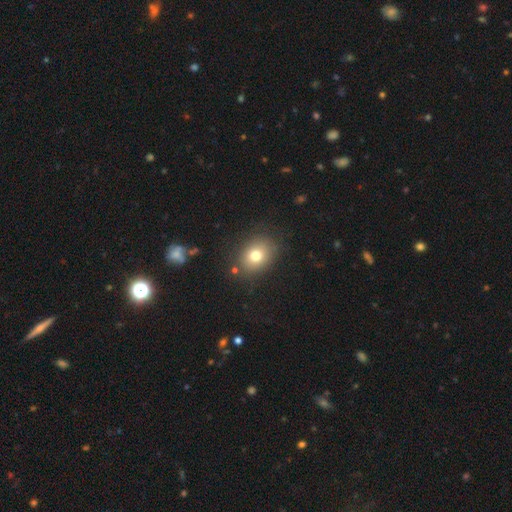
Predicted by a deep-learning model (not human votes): A smooth galaxy with no disk features (77%) that is in between round and cigar-shaped (54%).

Vote fractions:
- Smooth or featured? smooth: 77% / star or artifact: 12% / featured or disk: 12%
- How rounded? in between: 54% / round: 45% / cigar-shaped: 1%
- Merging? none: 83% / minor disturbance: 11% / major disturbance: 4% / merger: 3%